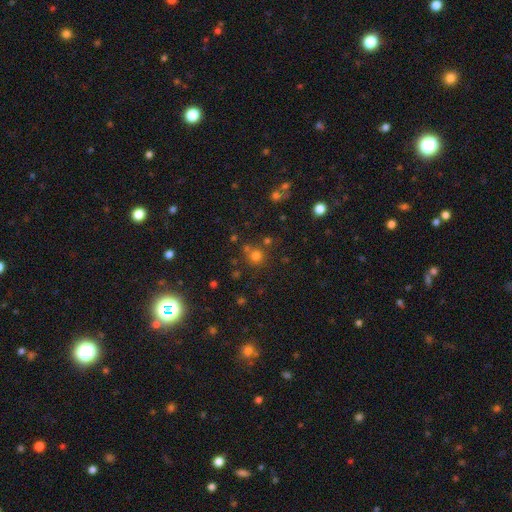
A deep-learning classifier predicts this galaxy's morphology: This is likely a smooth galaxy (71%). How rounded: clearly round (92%). Merging: likely none (72%).